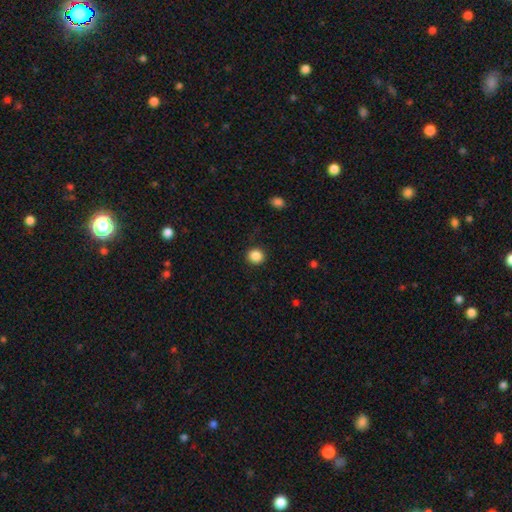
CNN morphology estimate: smooth 87%, star or artifact 10%, featured or disk 3%. Down the decision tree: how rounded — round (89%); merging — none (90%).